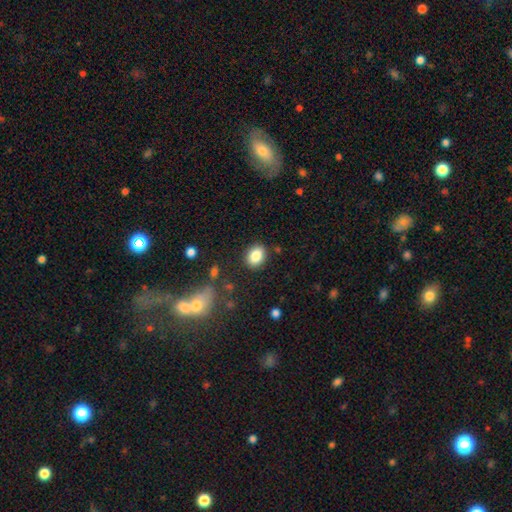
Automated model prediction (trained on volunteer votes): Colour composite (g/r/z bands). It shows a smooth galaxy with no disk features (85%) that is in between round and cigar-shaped (60%). Merging: none (86%).